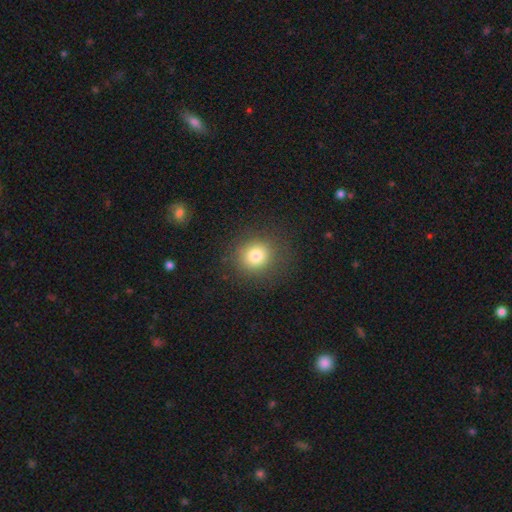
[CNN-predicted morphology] smooth 80%, star or artifact 13%, featured or disk 7%. Down the decision tree: how rounded — round (87%); merging — none (87%).